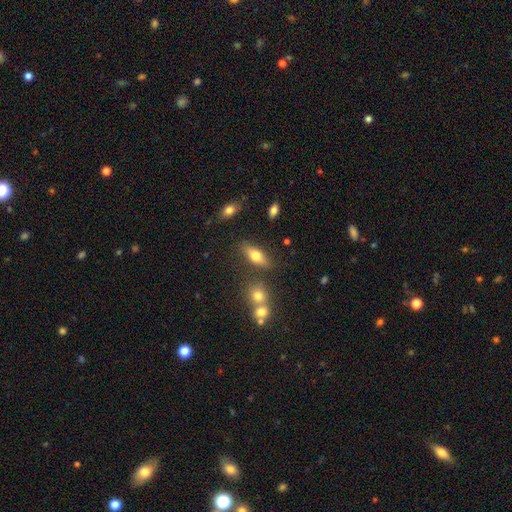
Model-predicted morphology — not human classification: Smooth or featured? Predicted: smooth (p=0.66). How rounded? Predicted: in between (p=0.70). Merging? Predicted: none (p=0.75).